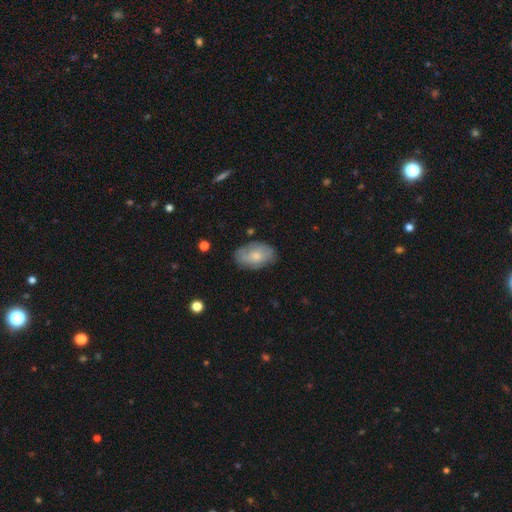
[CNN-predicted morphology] This is likely a smooth galaxy (68%). How rounded: clearly in between (91%). Merging: likely none (74%).